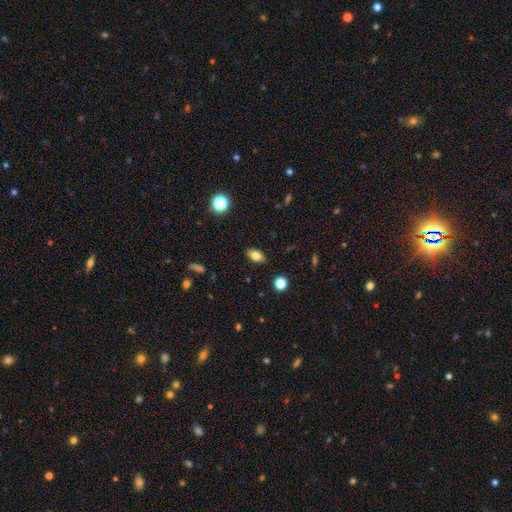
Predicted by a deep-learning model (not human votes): This is clearly a smooth galaxy (81%). How rounded: clearly in between (87%). Merging: clearly none (88%).